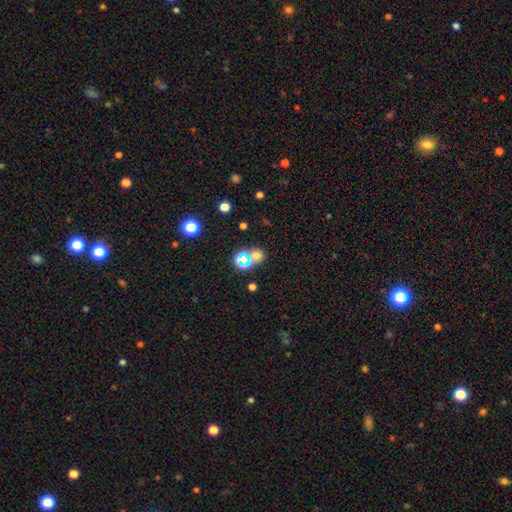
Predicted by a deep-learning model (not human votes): A smooth galaxy with no disk features (48%). Merging: none (59%).